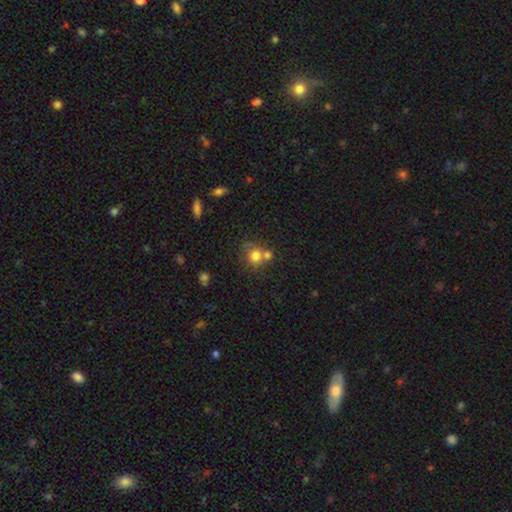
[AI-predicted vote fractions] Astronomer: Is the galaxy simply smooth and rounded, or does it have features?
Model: smooth — 77%.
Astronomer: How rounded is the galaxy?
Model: round — 83%.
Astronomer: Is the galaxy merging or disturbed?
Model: none — 49% (runner-up: merger, 36%).